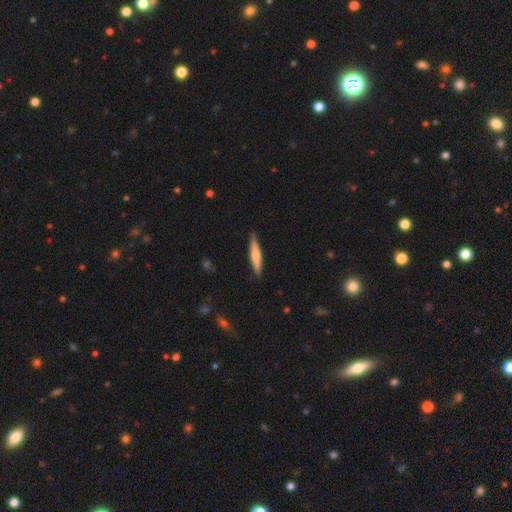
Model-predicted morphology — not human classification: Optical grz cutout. It shows a smooth galaxy with no disk features (65%) that is cigar-shaped (90%). Merging: none (89%).